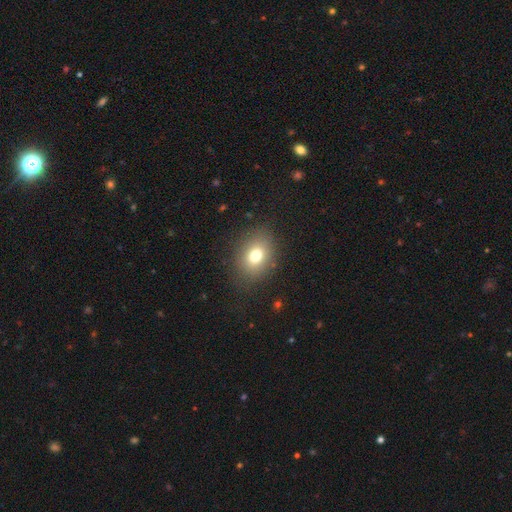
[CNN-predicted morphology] smooth_or_featured: smooth (p=0.75) [alt: star or artifact p=0.13]
how_rounded: in between (p=0.54) [alt: round p=0.45]
merging: none (p=0.84) [alt: minor disturbance p=0.10]